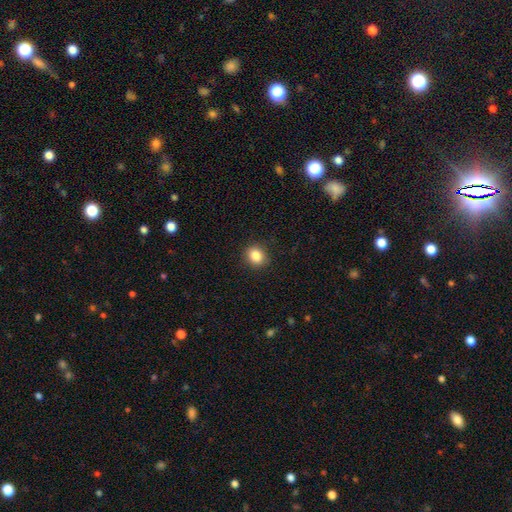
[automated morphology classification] Smooth or featured?
  - smooth: 85% *
  - star or artifact: 10%
  - featured or disk: 5%
How rounded?
  - round: 73% *
  - in between: 26%
  - cigar-shaped: 1%
Merging?
  - none: 91% *
  - minor disturbance: 6%
  - major disturbance: 2%
  - merger: 1%